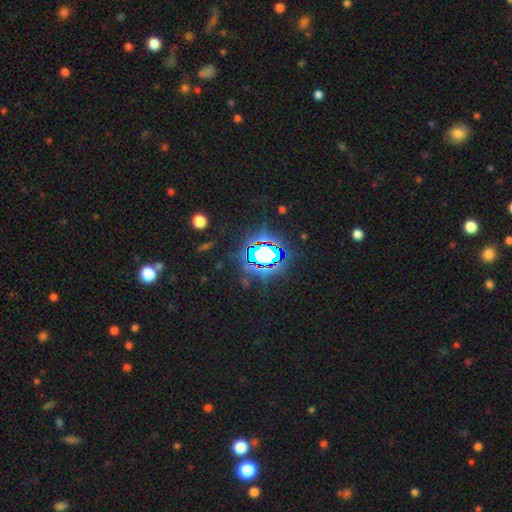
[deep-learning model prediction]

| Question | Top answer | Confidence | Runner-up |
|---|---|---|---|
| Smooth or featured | star or artifact | 83% | smooth (10%) |